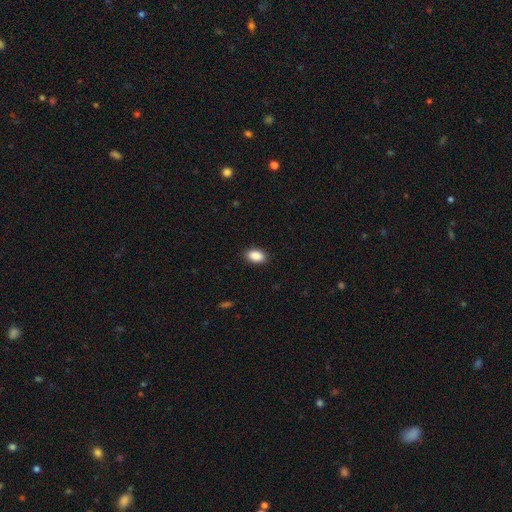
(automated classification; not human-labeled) smooth 90%, star or artifact 7%, featured or disk 3%. Down the decision tree: how rounded — in between (91%); merging — none (89%).